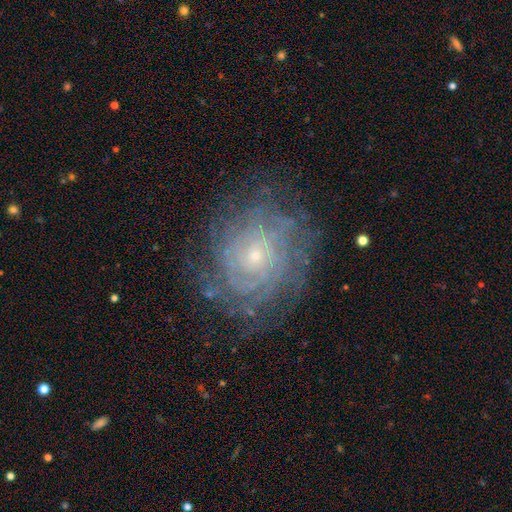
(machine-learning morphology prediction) A featured or disk galaxy (80%) with no bar (79%), tight (81%) spiral arms (93%) and a small central bulge (79%).

Vote fractions:
- Smooth or featured? featured or disk: 80% / smooth: 11% / star or artifact: 9%
- Edge-on disk? no: 97% / yes: 3%
- Bar? no: 79% / weak: 17% / strong: 4%
- Spiral arms? yes: 93% / no: 7%
- Spiral winding? tight: 81% / medium: 15% / loose: 4%
- Spiral arm count? can't tell: 45% / more than 4: 15% / 4: 14% / 2: 10% / 3: 10% / 1: 6%
- Bulge size? small: 79% / moderate: 17% / none: 2% / large: 2% / dominant: 1%
- Merging? none: 77% / minor disturbance: 15% / major disturbance: 7% / merger: 1%